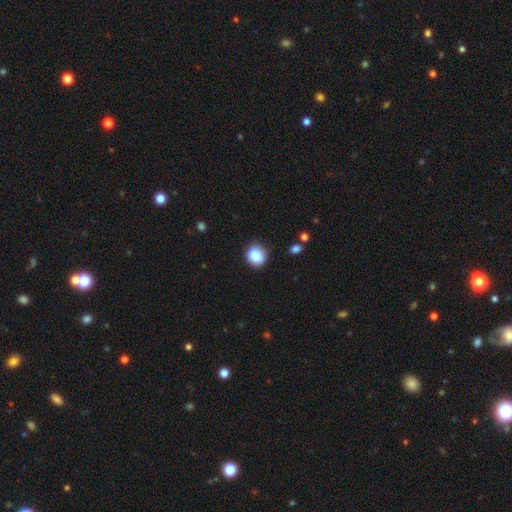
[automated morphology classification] This is clearly a smooth galaxy (87%). How rounded: likely round (79%). Merging: clearly none (84%).